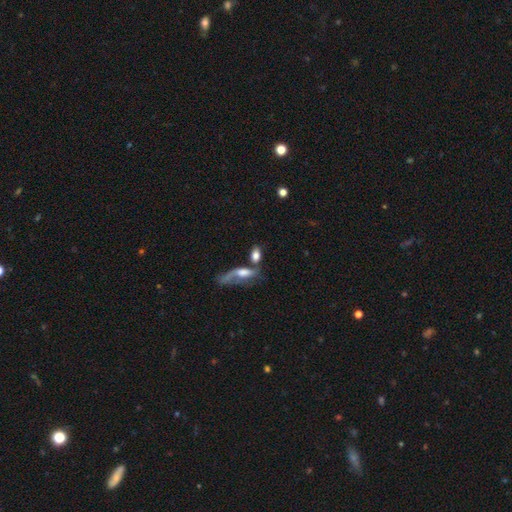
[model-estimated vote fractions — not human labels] smooth 71%, featured or disk 20%, star or artifact 9%. Down the decision tree: how rounded — in between (78%); merging — none (40%).